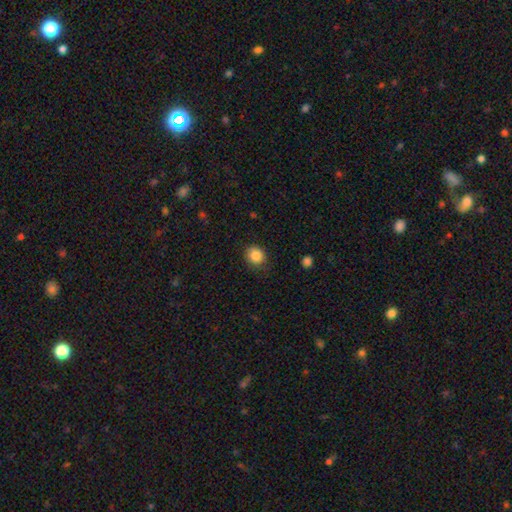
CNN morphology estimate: This appears to be a smooth galaxy with no disk features (86%) that is round (76%). Merging: none (80%).